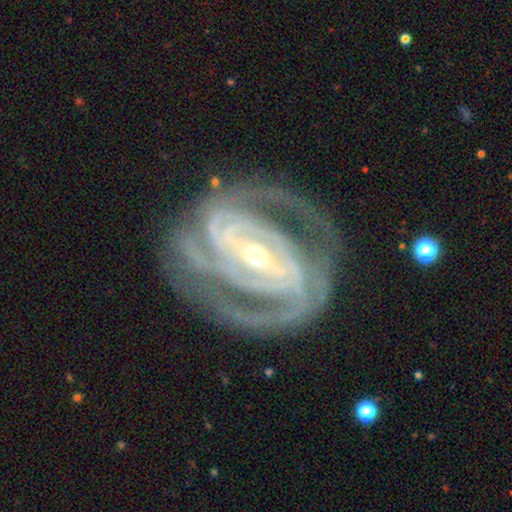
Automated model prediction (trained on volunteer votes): Smooth or featured? featured or disk (92%)
Edge-on disk? no (97%)
Bar? strong (59%)
Spiral arms? yes (98%)
Spiral winding? tight (67%)
Spiral arm count? 3 (33%)
Bulge size? small (58%)
Merging? none (72%)